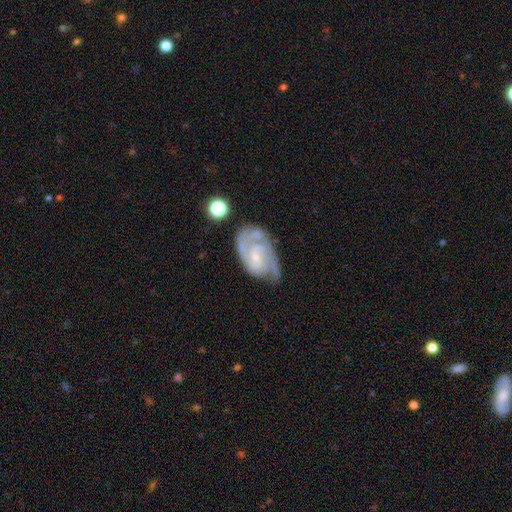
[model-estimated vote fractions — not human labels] smooth-or-featured: featured or disk: 82% | smooth: 12% | star or artifact: 6%
  disk-edge-on: no: 97% | yes: 3%
    bar: no: 55% | weak: 38% | strong: 8%
    has-spiral-arms: yes: 93% | no: 7%
      spiral-winding: tight: 50% | medium: 40% | loose: 10%
      spiral-arm-count: 2: 61% | can't tell: 18% | 3: 9% | 1: 7% | 4: 2% | more than 4: 2%
    bulge-size: small: 70% | moderate: 19% | none: 9% | large: 1% | dominant: 1%
  merging: none: 55% | minor disturbance: 27% | major disturbance: 14% | merger: 4%